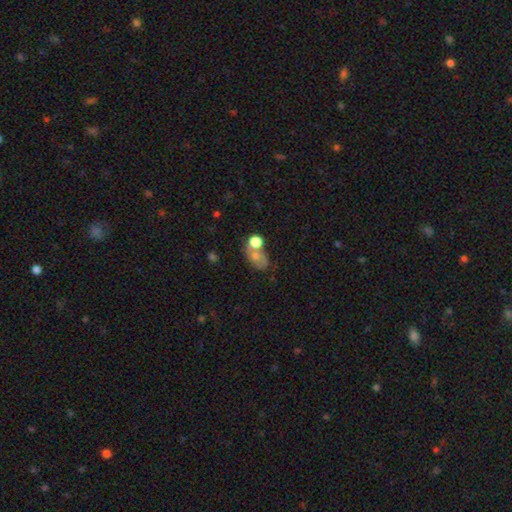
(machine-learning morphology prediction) Smooth or featured? Predicted: smooth (p=0.57). How rounded? Predicted: in between (p=0.63). Merging? Predicted: merger (p=0.38).